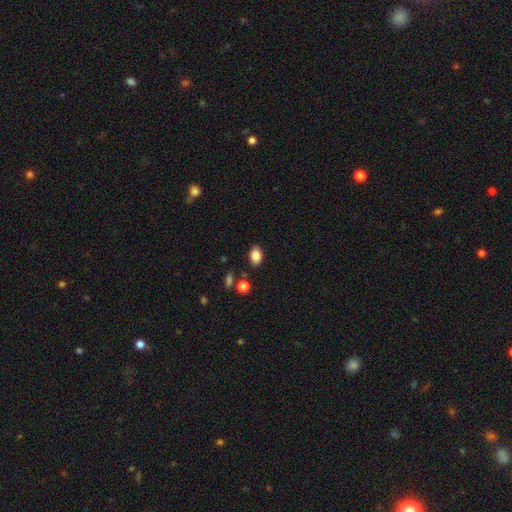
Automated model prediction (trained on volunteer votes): smooth-or-featured: smooth: 86% | star or artifact: 9% | featured or disk: 6%
  how-rounded: in between: 83% | round: 16% | cigar-shaped: 1%
  merging: none: 84% | minor disturbance: 10% | merger: 3% | major disturbance: 3%